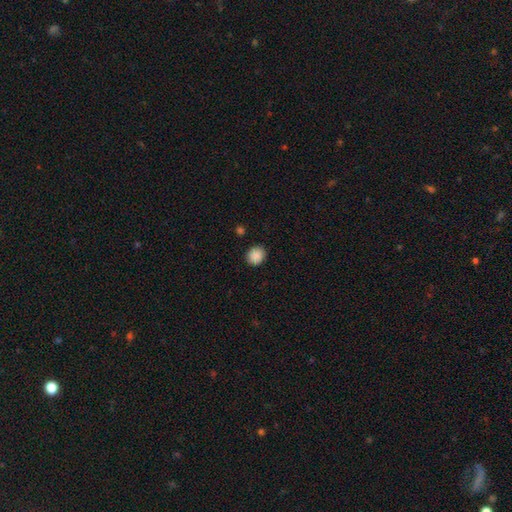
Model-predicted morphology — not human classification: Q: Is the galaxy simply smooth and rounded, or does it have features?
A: smooth — 89%.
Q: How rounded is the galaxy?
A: round — 81%.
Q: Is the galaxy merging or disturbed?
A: none — 90%.